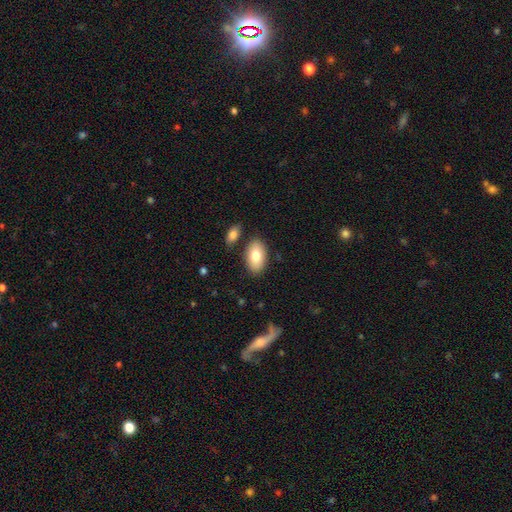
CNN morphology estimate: Q: Smooth or featured?
A: smooth (80%); runner-up: featured or disk (14%)
Q: How rounded?
A: in between (94%); runner-up: round (5%)
Q: Merging?
A: none (81%); runner-up: minor disturbance (11%)